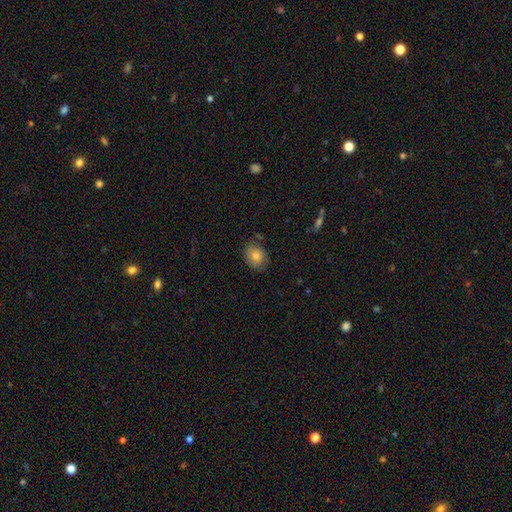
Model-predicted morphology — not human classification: type=smooth (78%); roundness=round (62%); merging=none (79%).